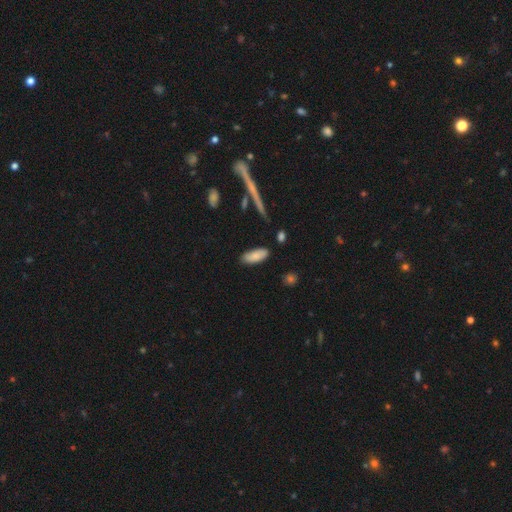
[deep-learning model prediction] Q: Smooth or featured?
A: smooth (82%); runner-up: featured or disk (11%)
Q: How rounded?
A: in between (79%); runner-up: cigar-shaped (19%)
Q: Merging?
A: none (80%); runner-up: minor disturbance (14%)